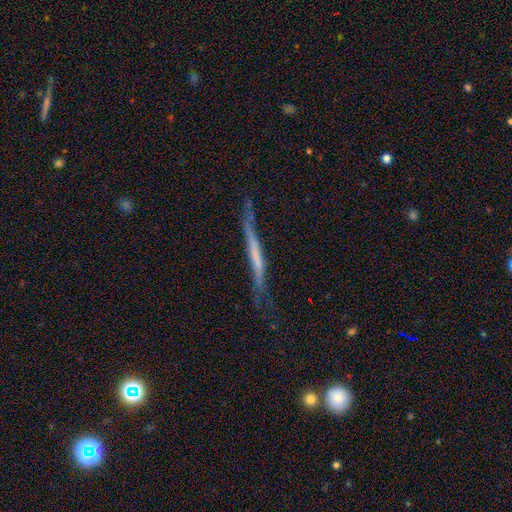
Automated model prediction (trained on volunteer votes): smooth-or-featured: featured or disk: 57% | smooth: 36% | star or artifact: 7%
  disk-edge-on: yes: 90% | no: 10%
    edge-on-bulge: none: 76% | boxy: 12% | rounded: 11%
  merging: none: 55% | minor disturbance: 28% | major disturbance: 13% | merger: 4%